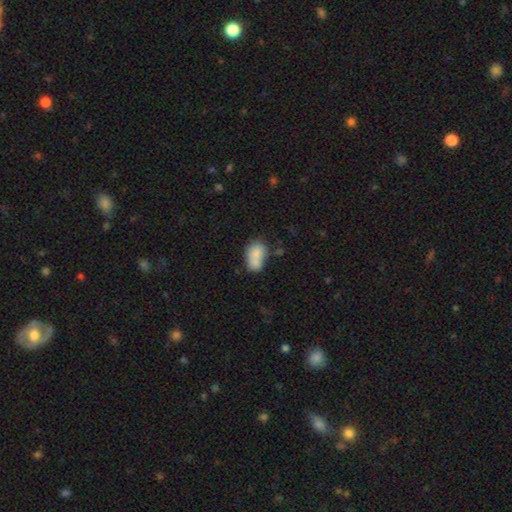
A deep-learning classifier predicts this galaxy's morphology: A smooth galaxy with no disk features (79%) that is in between round and cigar-shaped (86%).

Vote fractions:
- Smooth or featured? smooth: 79% / featured or disk: 12% / star or artifact: 9%
- How rounded? in between: 86% / round: 12% / cigar-shaped: 2%
- Merging? none: 40% / merger: 28% / minor disturbance: 23% / major disturbance: 9%